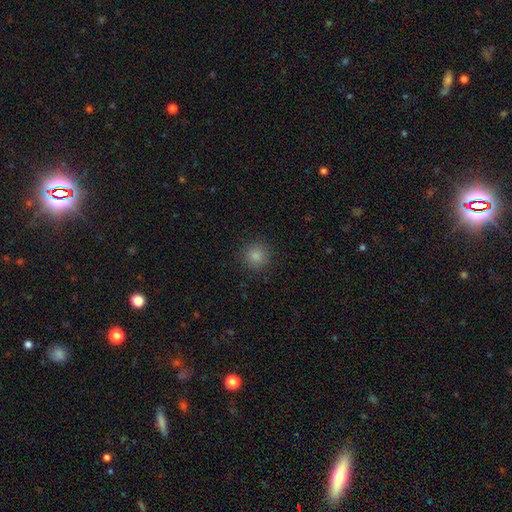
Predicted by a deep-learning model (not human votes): Smooth or featured? Predicted: smooth (p=0.80). How rounded? Predicted: round (p=0.95). Merging? Predicted: none (p=0.91).